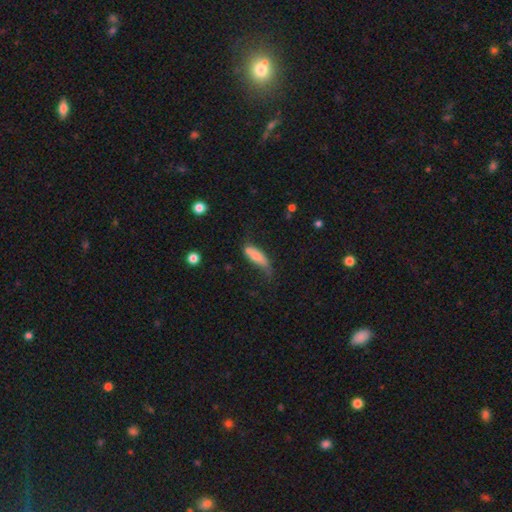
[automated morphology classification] Smooth or featured: smooth — 75% (featured or disk — 18%)
How rounded: in between — 54% (cigar-shaped — 44%)
Merging: minor disturbance — 36% (tied with none — 36%)